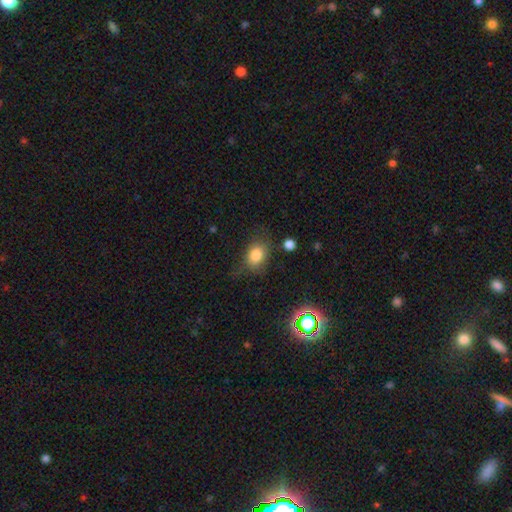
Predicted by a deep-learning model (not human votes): A smooth galaxy with no disk features (81%) that is in between round and cigar-shaped (59%).

Vote fractions:
- Smooth or featured? smooth: 81% / star or artifact: 10% / featured or disk: 9%
- How rounded? in between: 59% / round: 40% / cigar-shaped: 1%
- Merging? none: 64% / minor disturbance: 23% / major disturbance: 10% / merger: 3%